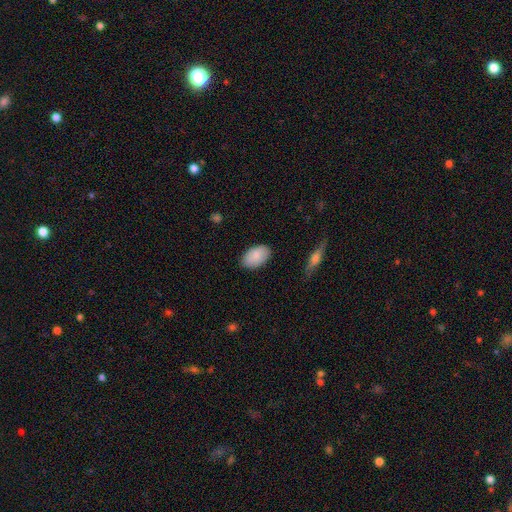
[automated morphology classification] Q: Smooth or featured?
A: smooth (86%); runner-up: featured or disk (8%)
Q: How rounded?
A: in between (94%); runner-up: round (5%)
Q: Merging?
A: none (86%); runner-up: minor disturbance (11%)